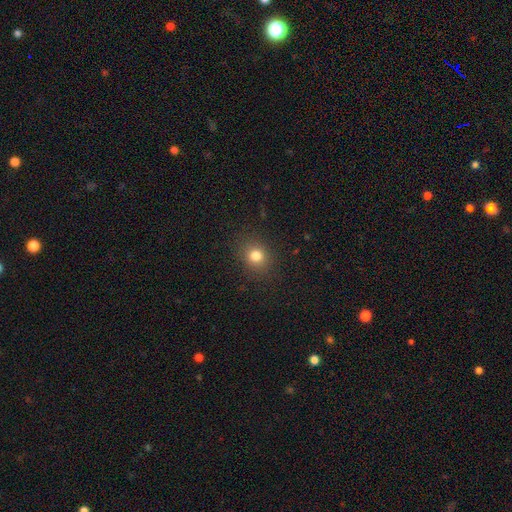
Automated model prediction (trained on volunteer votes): Smooth or featured?
  - smooth: 78% *
  - star or artifact: 14%
  - featured or disk: 7%
How rounded?
  - round: 74% *
  - in between: 25%
  - cigar-shaped: 1%
Merging?
  - none: 88% *
  - minor disturbance: 8%
  - major disturbance: 3%
  - merger: 1%